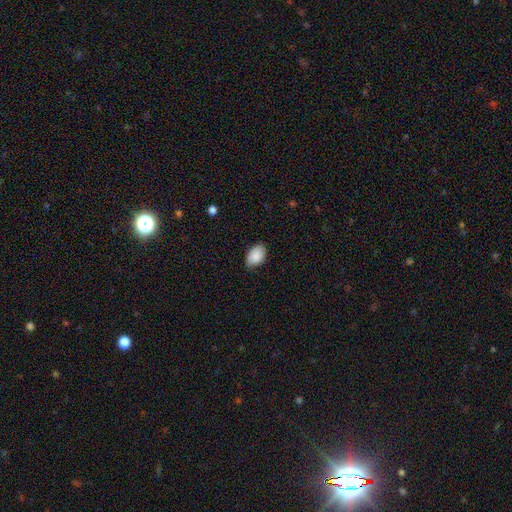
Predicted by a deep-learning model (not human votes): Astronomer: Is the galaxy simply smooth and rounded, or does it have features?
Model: smooth — 88%.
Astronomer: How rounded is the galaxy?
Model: in between — 88%.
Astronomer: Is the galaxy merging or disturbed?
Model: none — 77%.